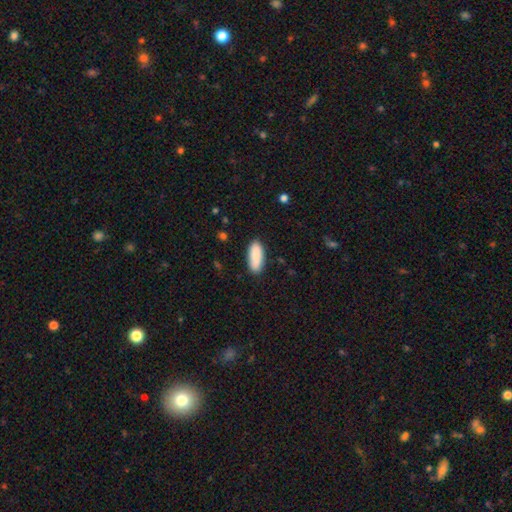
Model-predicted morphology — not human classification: Smooth or featured? smooth (88%)
How rounded? in between (78%)
Merging? none (86%)